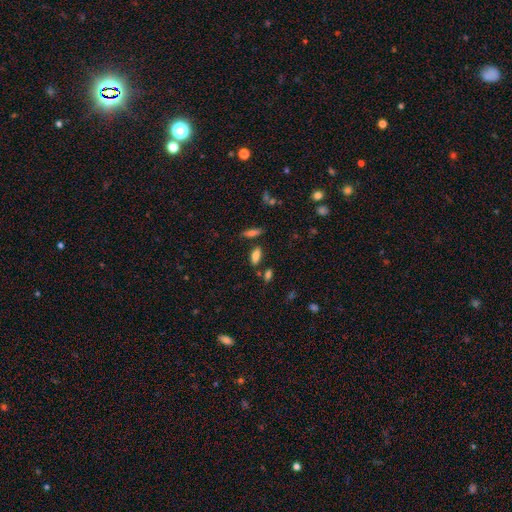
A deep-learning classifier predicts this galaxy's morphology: The model was most divided on "how rounded": in between: 78%, cigar-shaped: 19%, round: 3%. More confident: smooth or featured — smooth (77%); merging — none (75%).